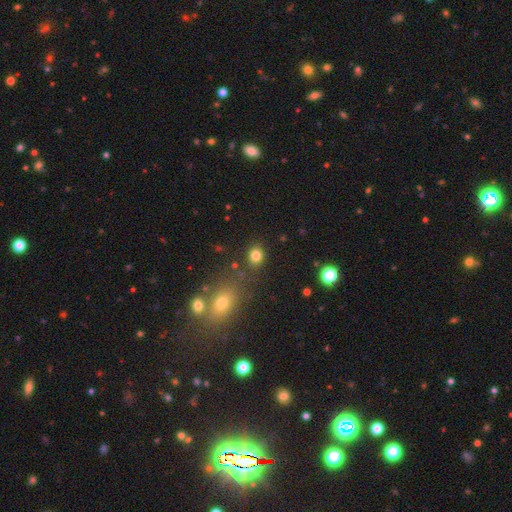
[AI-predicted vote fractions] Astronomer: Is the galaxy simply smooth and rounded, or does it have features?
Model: smooth — 81%.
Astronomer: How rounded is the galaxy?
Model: round — 68%.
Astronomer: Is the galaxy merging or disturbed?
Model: none — 81%.